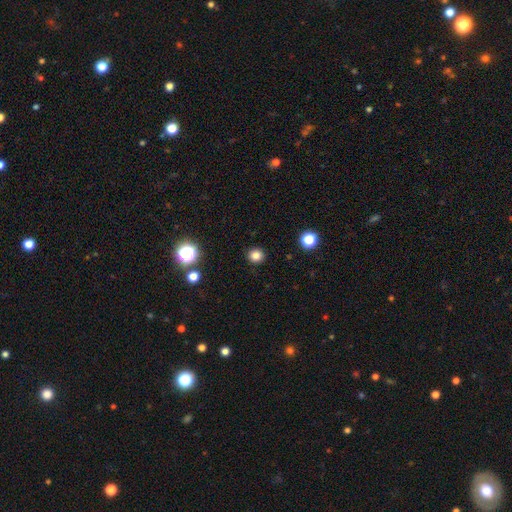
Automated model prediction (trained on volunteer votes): This is clearly a smooth galaxy (82%). How rounded: clearly round (90%). Merging: clearly none (92%).